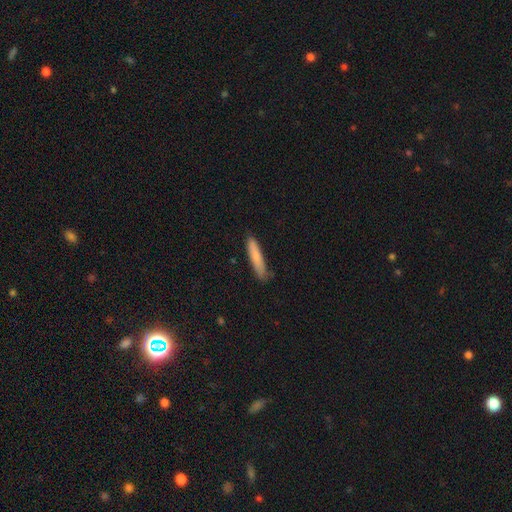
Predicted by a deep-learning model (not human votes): Smooth or featured? Predicted: smooth (p=0.81). How rounded? Predicted: cigar-shaped (p=0.90). Merging? Predicted: none (p=0.80).